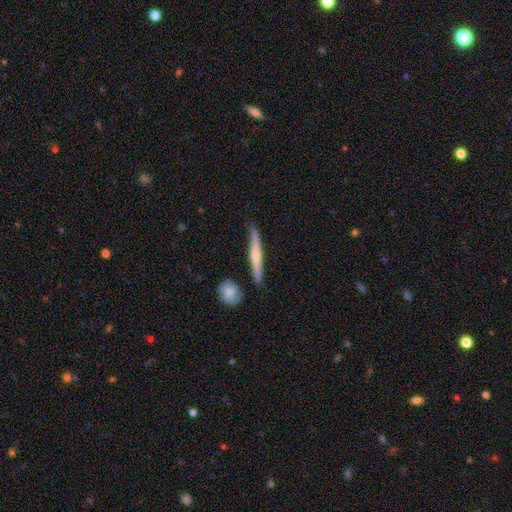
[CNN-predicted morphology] Smooth or featured?
  - featured or disk: 59% *
  - smooth: 36%
  - star or artifact: 5%
Edge-on disk?
  - yes: 94% *
  - no: 6%
Edge-on bulge?
  - rounded: 79% *
  - none: 17%
  - boxy: 4%
Merging?
  - none: 79% *
  - minor disturbance: 15%
  - merger: 3%
  - major disturbance: 3%